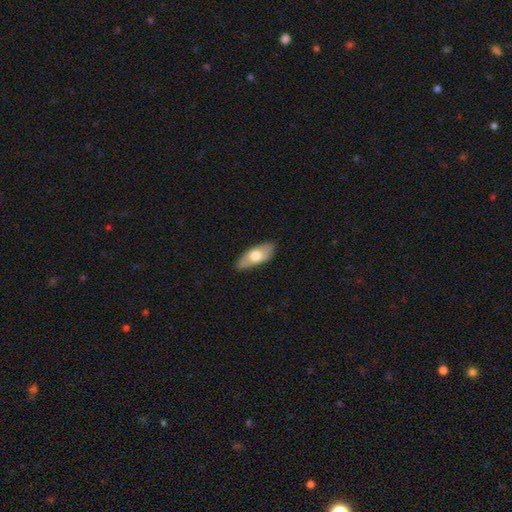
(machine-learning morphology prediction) Smooth or featured? smooth (65%)
How rounded? in between (81%)
Merging? none (82%)